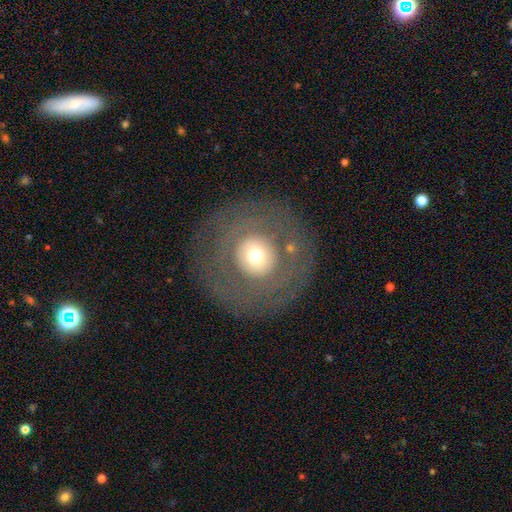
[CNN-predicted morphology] smooth 45%, featured or disk 43%, star or artifact 11%. Down the decision tree: merging — none (78%).